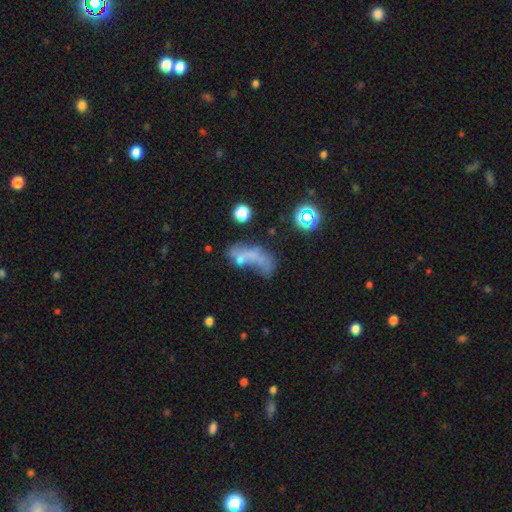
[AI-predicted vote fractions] Smooth or featured? smooth (44%)
Merging? major disturbance (34%)